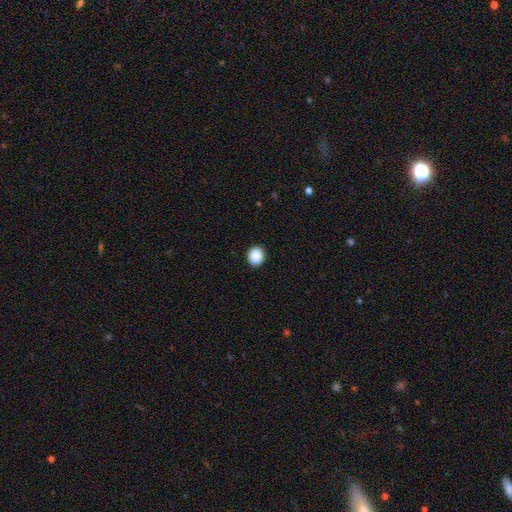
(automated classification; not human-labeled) smooth_or_featured: smooth (p=0.89) [alt: star or artifact p=0.08]
how_rounded: round (p=0.82) [alt: in between p=0.17]
merging: none (p=0.92) [alt: minor disturbance p=0.05]